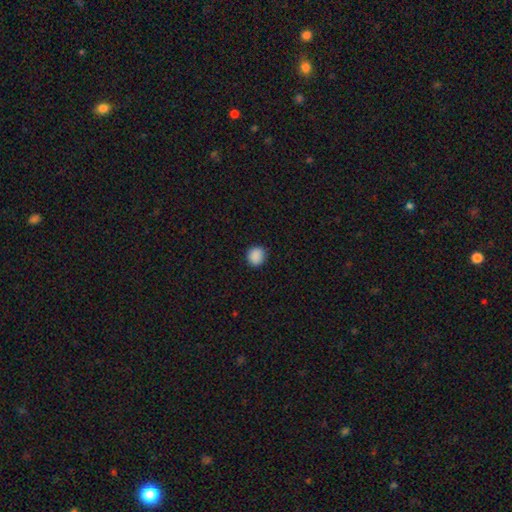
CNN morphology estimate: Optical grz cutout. It shows a smooth galaxy with no disk features (89%) that is round (86%). Merging: none (90%).